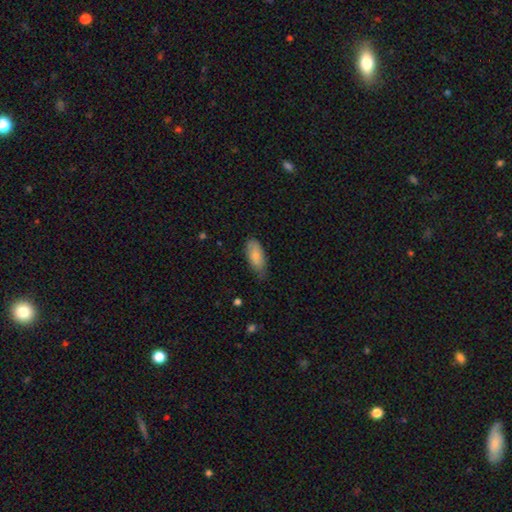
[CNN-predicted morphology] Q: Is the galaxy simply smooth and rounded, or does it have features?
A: smooth — 80%.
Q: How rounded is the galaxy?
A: in between — 87%.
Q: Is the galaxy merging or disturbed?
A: none — 61%.